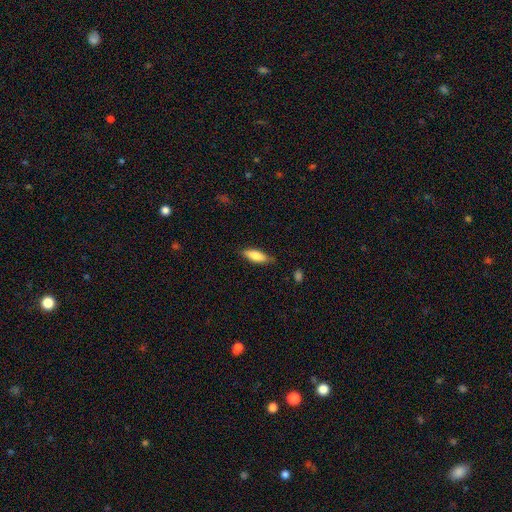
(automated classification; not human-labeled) A smooth galaxy with no disk features (80%) that is in between round and cigar-shaped (56%).

Vote fractions:
- Smooth or featured? smooth: 80% / featured or disk: 14% / star or artifact: 6%
- How rounded? in between: 56% / cigar-shaped: 43% / round: 2%
- Merging? none: 80% / minor disturbance: 16% / major disturbance: 3% / merger: 1%